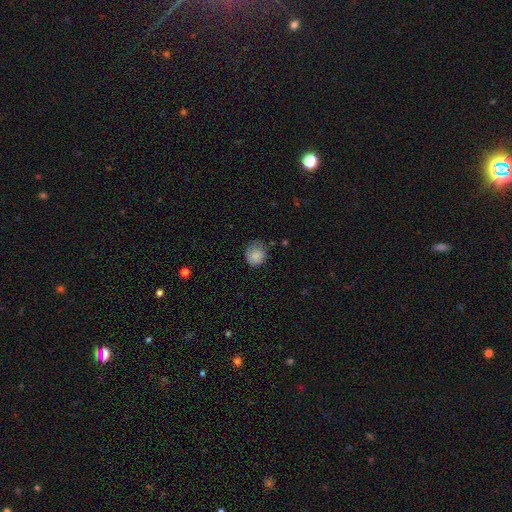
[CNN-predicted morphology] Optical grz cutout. It shows a smooth galaxy with no disk features (83%) that is round (78%). Merging: none (59%).